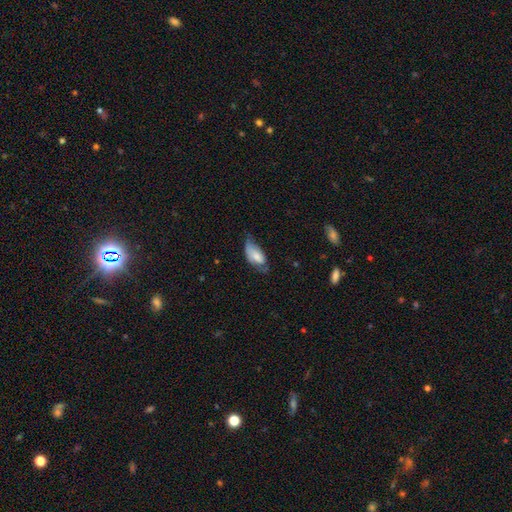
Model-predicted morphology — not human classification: Overall: smooth (68%). How rounded: in between (92%). Merging: minor disturbance (41%; none 33%).